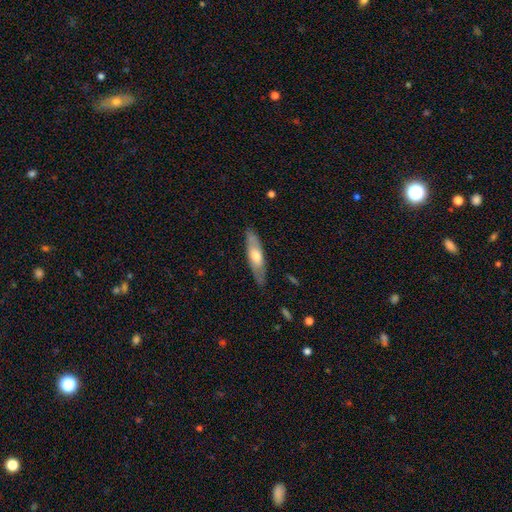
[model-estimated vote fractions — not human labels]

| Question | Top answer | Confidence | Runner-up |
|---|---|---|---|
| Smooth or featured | smooth | 51% | featured or disk (44%) |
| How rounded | cigar-shaped | 64% | in between (35%) |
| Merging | none | 82% | minor disturbance (14%) |